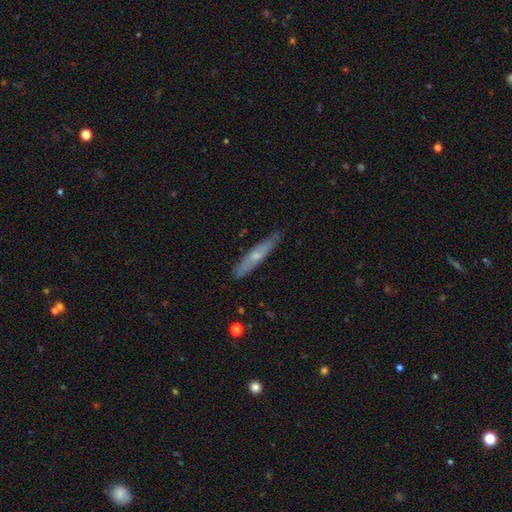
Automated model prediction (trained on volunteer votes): Smooth or featured? featured or disk (52%)
Edge-on disk? yes (84%)
Merging? none (84%)